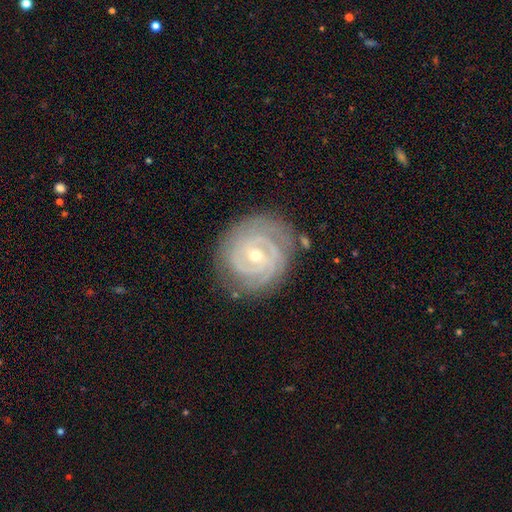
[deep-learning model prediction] A featured or disk galaxy (90%) with no bar (53%), 3 (33%) tight (81%) spiral arms (98%) and a small central bulge (59%). Merging: none (80%).